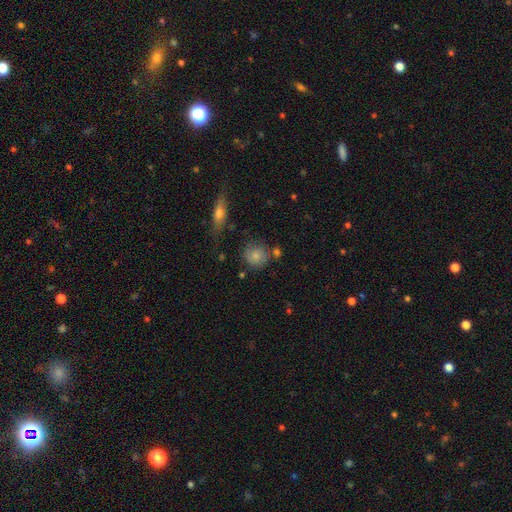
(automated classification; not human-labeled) A smooth galaxy with no disk features (72%) that is round (84%).

Vote fractions:
- Smooth or featured? smooth: 72% / featured or disk: 18% / star or artifact: 10%
- How rounded? round: 84% / in between: 14% / cigar-shaped: 1%
- Merging? none: 69% / minor disturbance: 17% / merger: 8% / major disturbance: 6%